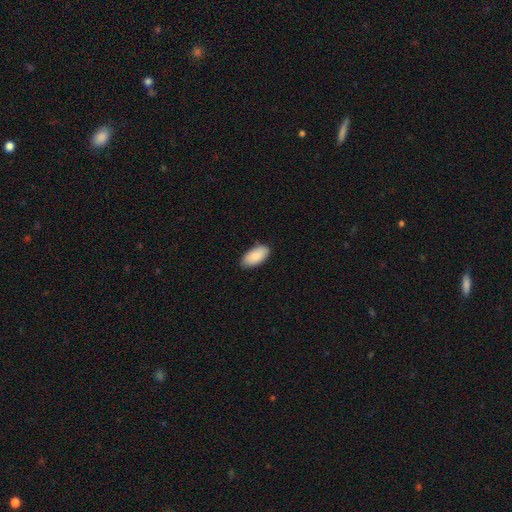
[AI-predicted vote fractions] A smooth galaxy with no disk features (88%) that is in between round and cigar-shaped (95%).

Vote fractions:
- Smooth or featured? smooth: 88% / featured or disk: 6% / star or artifact: 6%
- How rounded? in between: 95% / cigar-shaped: 3% / round: 2%
- Merging? none: 84% / minor disturbance: 13% / major disturbance: 2% / merger: 1%